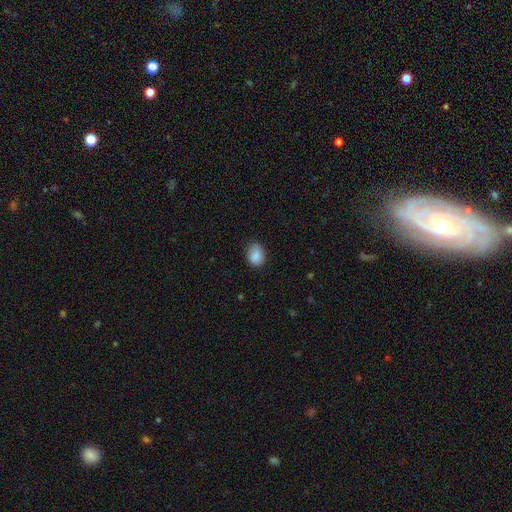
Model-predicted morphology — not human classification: This is clearly a smooth galaxy (87%). How rounded: likely in between (65%). Merging: likely none (80%).